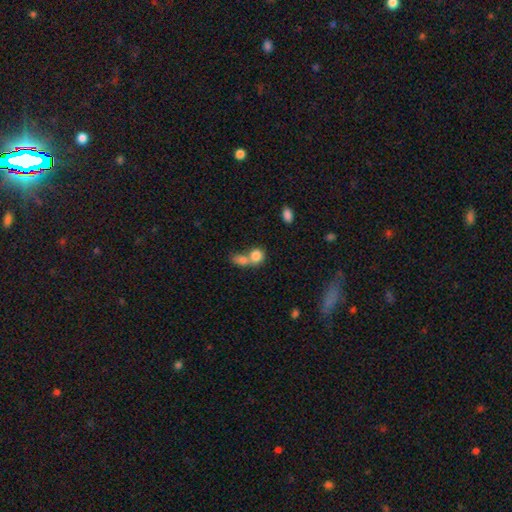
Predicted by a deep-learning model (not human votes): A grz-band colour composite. It shows a smooth galaxy with no disk features (80%) that is round (71%). Merging: merger (62%).